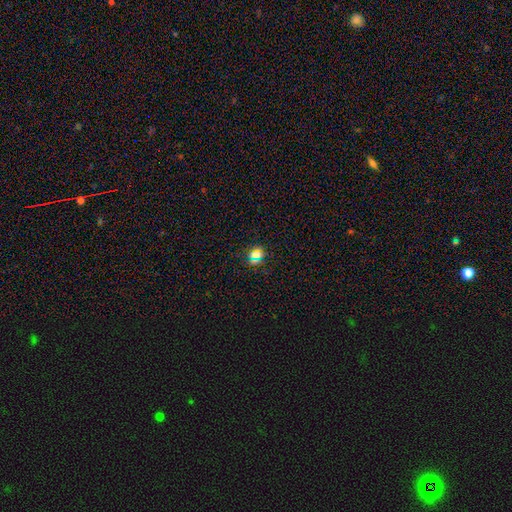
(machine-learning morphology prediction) smooth 45% (tied), star or artifact 45% (tied), featured or disk 10%. Down the decision tree: merging — none (83%).